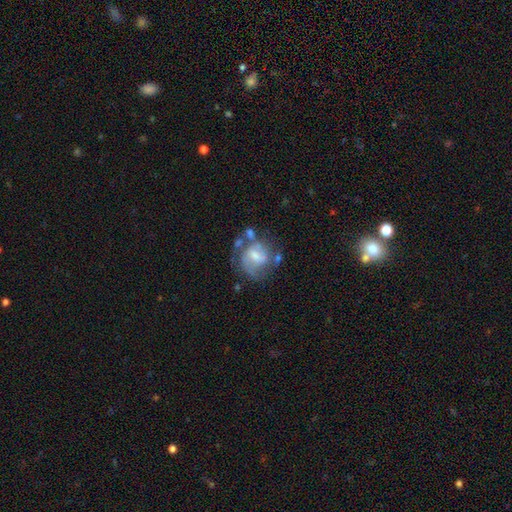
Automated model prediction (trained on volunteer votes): A featured or disk galaxy (65%) with a weak bar (53%), spiral arms (77%) and a moderate central bulge (43%). Merging: none (42%).